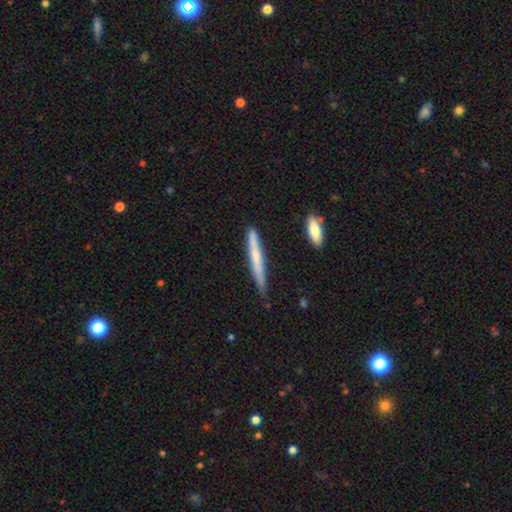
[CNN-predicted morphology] Smooth or featured: smooth — 55% (featured or disk — 39%)
How rounded: cigar-shaped — 95% (in between — 3%)
Merging: none — 73% (minor disturbance — 21%)